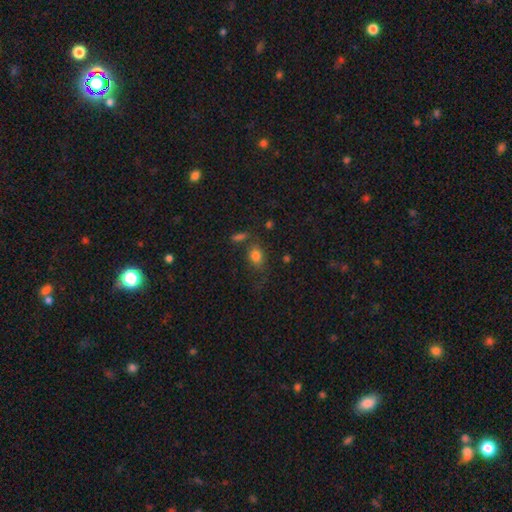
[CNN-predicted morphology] Smooth or featured? Predicted: smooth (p=0.80). How rounded? Predicted: in between (p=0.66). Merging? Predicted: none (p=0.66).